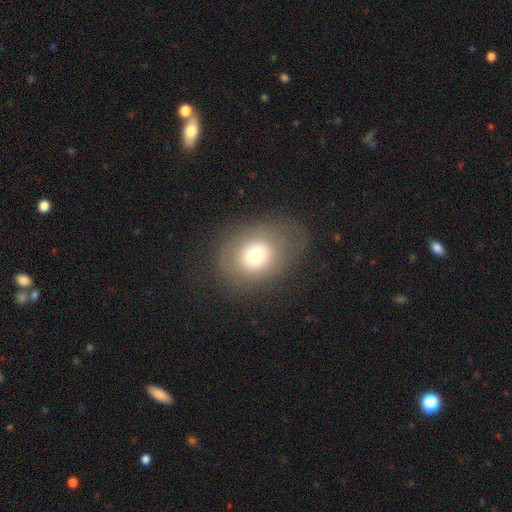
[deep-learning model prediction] This appears to be a smooth galaxy with no disk features (67%) that is round (52%). Merging: none (71%).